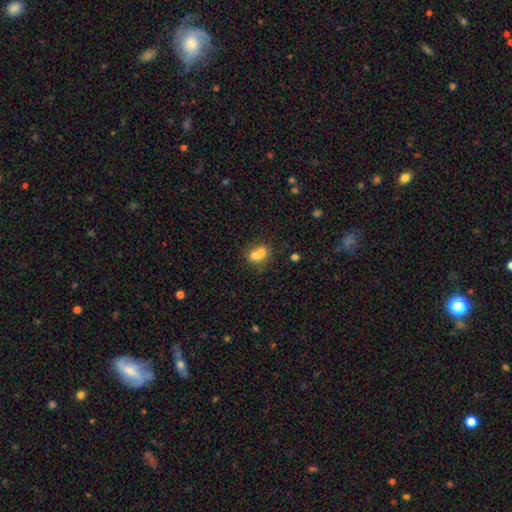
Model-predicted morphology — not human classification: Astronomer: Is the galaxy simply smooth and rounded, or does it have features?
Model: smooth — 68%.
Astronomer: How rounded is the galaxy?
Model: round — 65%.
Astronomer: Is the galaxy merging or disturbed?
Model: merger — 67%.